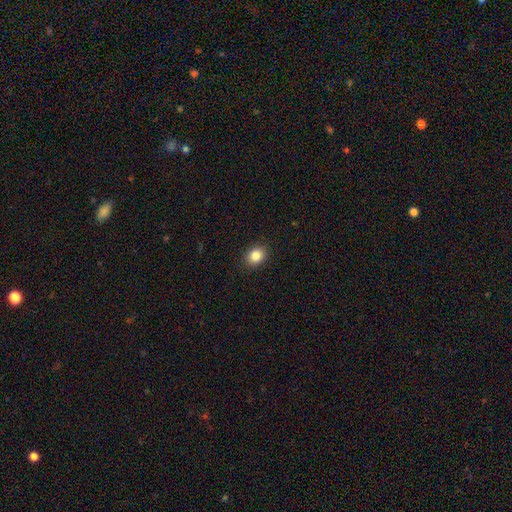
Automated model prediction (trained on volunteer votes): smooth 85%, star or artifact 10%, featured or disk 6%. Down the decision tree: how rounded — in between (56%); merging — none (88%).